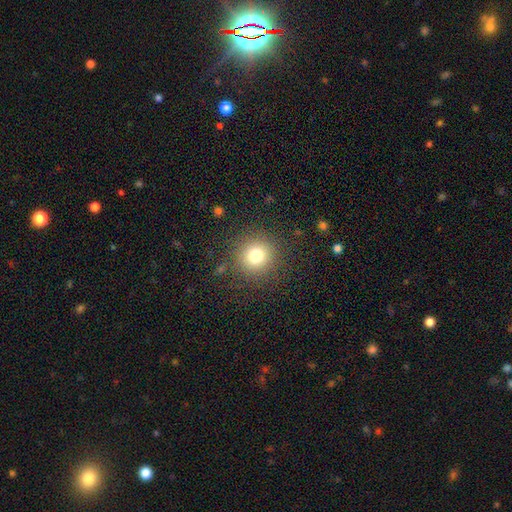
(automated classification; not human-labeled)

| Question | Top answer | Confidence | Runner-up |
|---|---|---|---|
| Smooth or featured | smooth | 77% | star or artifact (14%) |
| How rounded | round | 93% | in between (6%) |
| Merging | none | 87% | minor disturbance (7%) |